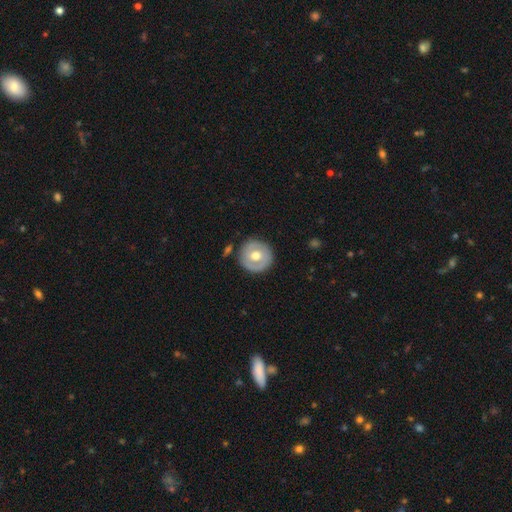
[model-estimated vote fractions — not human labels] smooth_or_featured: smooth (p=0.50) [alt: featured or disk p=0.45]
merging: none (p=0.85) [alt: minor disturbance p=0.10]